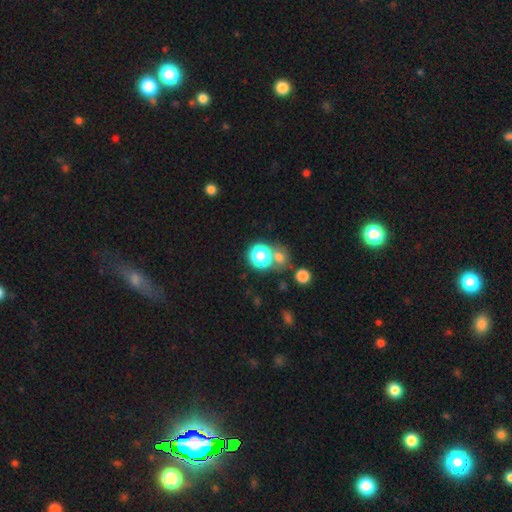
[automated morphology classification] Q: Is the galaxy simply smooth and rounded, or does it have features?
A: smooth — 54%.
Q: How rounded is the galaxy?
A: round — 83%.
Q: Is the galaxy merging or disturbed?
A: none — 65%.